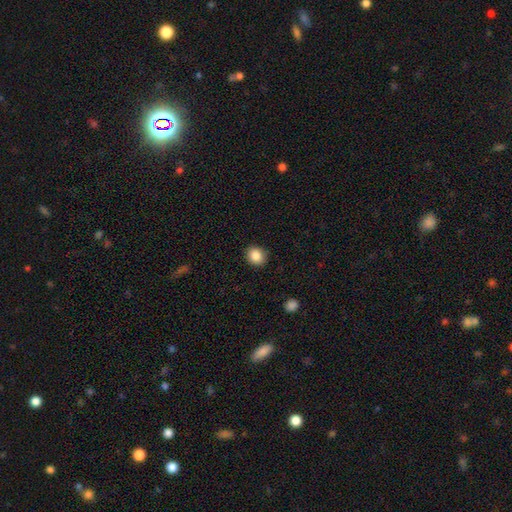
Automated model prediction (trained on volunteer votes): Overall: smooth (87%). How rounded: round (73%). Merging: none (90%).